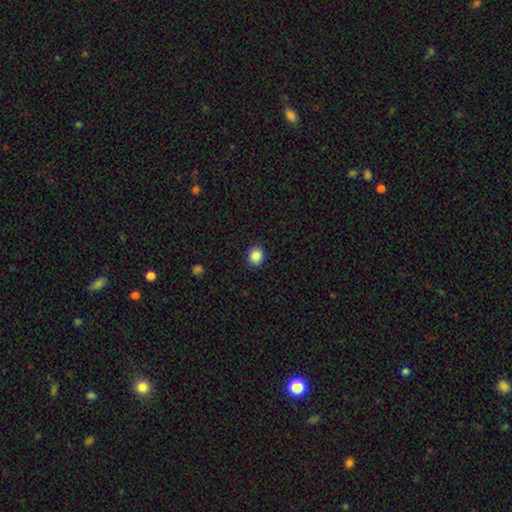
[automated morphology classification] smooth 87%, star or artifact 9%, featured or disk 3%. Down the decision tree: how rounded — round (79%); merging — none (89%).